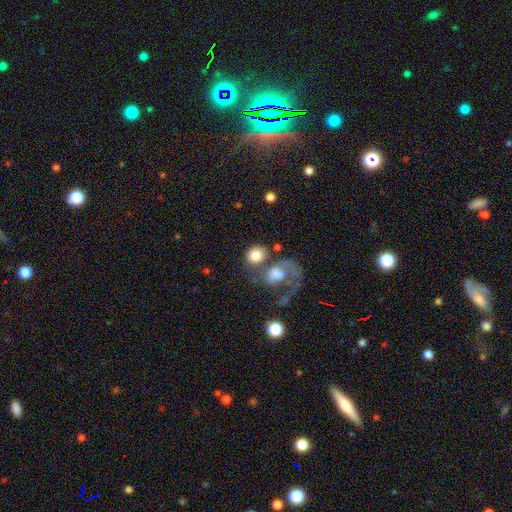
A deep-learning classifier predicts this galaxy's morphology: A smooth galaxy with no disk features (77%) that is round (61%).

Vote fractions:
- Smooth or featured? smooth: 77% / featured or disk: 14% / star or artifact: 8%
- How rounded? round: 61% / in between: 37% / cigar-shaped: 1%
- Merging? none: 42% / merger: 33% / major disturbance: 14% / minor disturbance: 11%